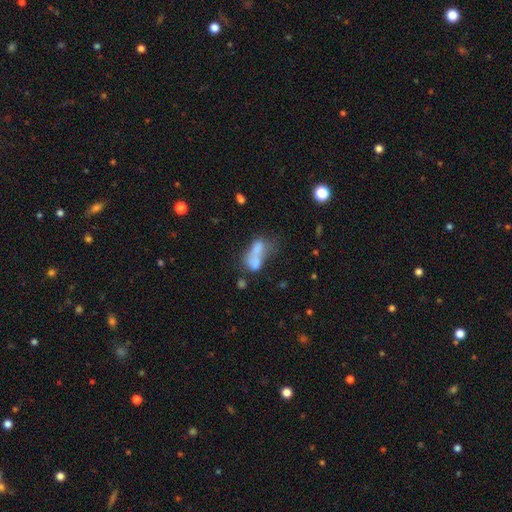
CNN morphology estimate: Q: Smooth or featured?
A: smooth (62%); runner-up: featured or disk (26%)
Q: How rounded?
A: in between (78%); runner-up: round (12%)
Q: Merging?
A: merger (55%); runner-up: none (17%)